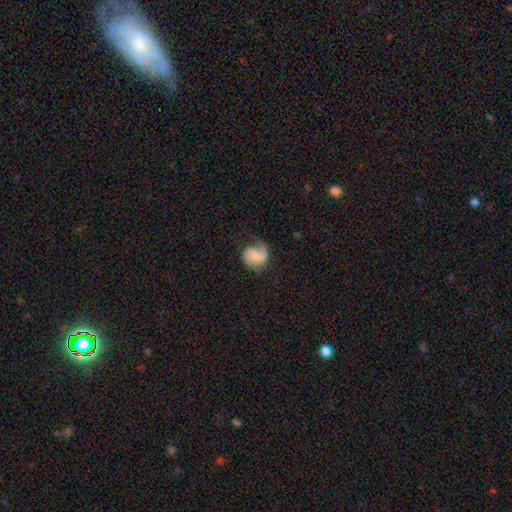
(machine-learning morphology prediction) type=featured or disk (63%); edge-on=no (98%); bar=no (50%); spiral arms=yes (93%); winding=medium (43%); arm count=2 (63%); bulge=small (39%); merging=none (62%).